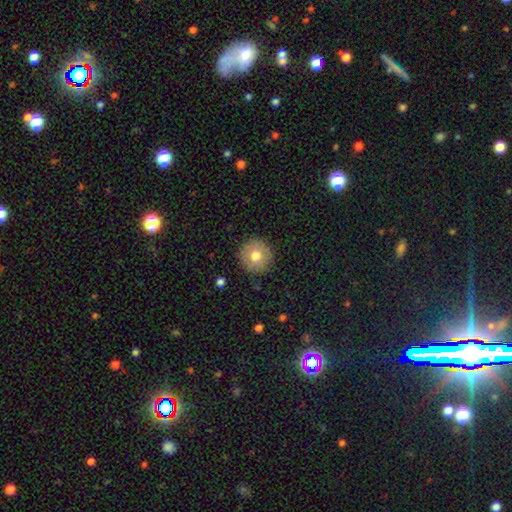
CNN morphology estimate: Smooth or featured: smooth — 73% (featured or disk — 18%)
How rounded: round — 94% (in between — 5%)
Merging: none — 89% (minor disturbance — 7%)